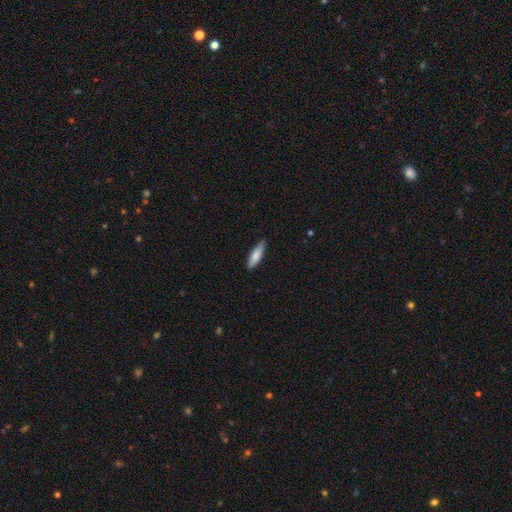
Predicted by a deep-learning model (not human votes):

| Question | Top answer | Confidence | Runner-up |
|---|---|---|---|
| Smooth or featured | smooth | 79% | featured or disk (15%) |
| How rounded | cigar-shaped | 67% | in between (32%) |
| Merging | none | 80% | minor disturbance (16%) |